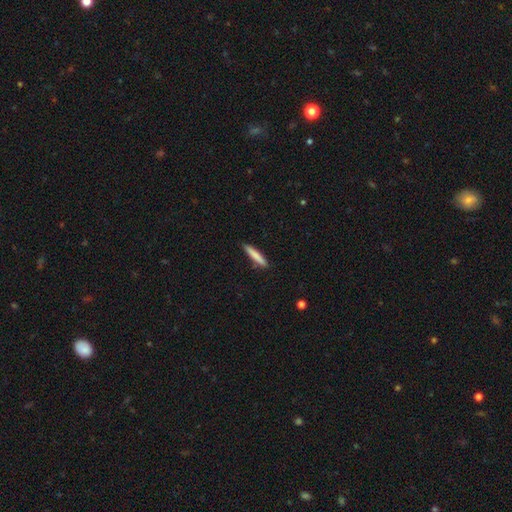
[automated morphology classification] Smooth or featured?
  - smooth: 80% *
  - featured or disk: 14%
  - star or artifact: 6%
How rounded?
  - cigar-shaped: 92% *
  - in between: 6%
  - round: 1%
Merging?
  - none: 88% *
  - minor disturbance: 9%
  - major disturbance: 2%
  - merger: 1%